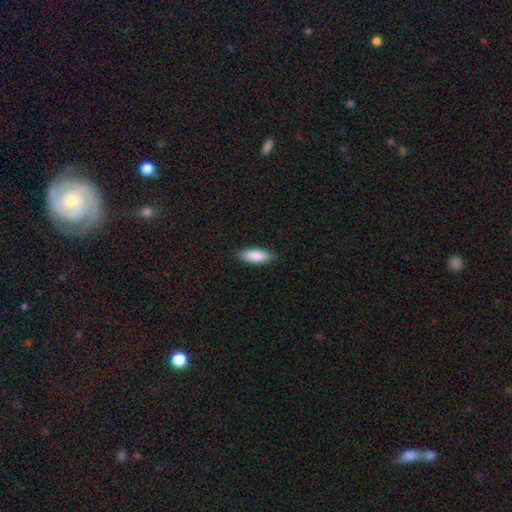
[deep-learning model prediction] Smooth or featured?
  - smooth: 88% *
  - featured or disk: 6%
  - star or artifact: 6%
How rounded?
  - in between: 74% *
  - cigar-shaped: 25%
  - round: 2%
Merging?
  - none: 87% *
  - minor disturbance: 10%
  - major disturbance: 2%
  - merger: 1%